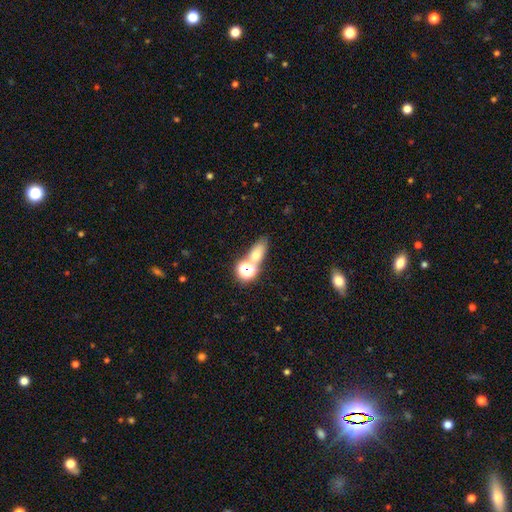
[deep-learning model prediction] Q: Smooth or featured?
A: smooth (61%); runner-up: star or artifact (23%)
Q: How rounded?
A: in between (62%); runner-up: round (27%)
Q: Merging?
A: none (56%); runner-up: merger (28%)